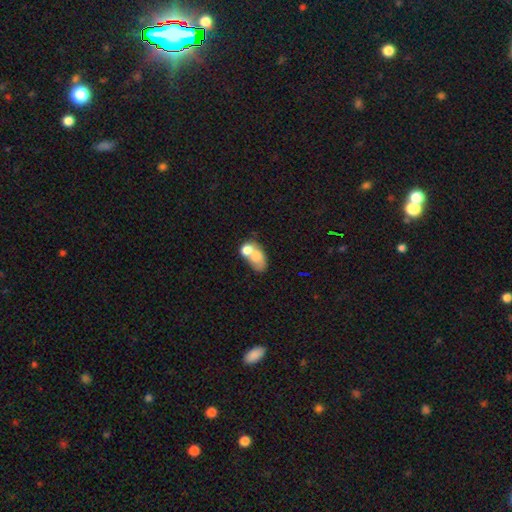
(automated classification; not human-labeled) Smooth or featured?
  - smooth: 67% *
  - featured or disk: 24%
  - star or artifact: 9%
How rounded?
  - in between: 79% *
  - round: 19%
  - cigar-shaped: 2%
Merging?
  - merger: 64% *
  - none: 18%
  - minor disturbance: 10%
  - major disturbance: 9%